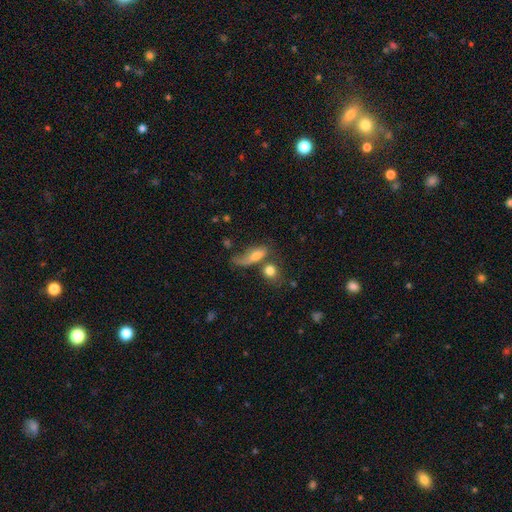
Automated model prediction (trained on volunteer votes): Q: Smooth or featured?
A: smooth (62%); runner-up: featured or disk (29%)
Q: How rounded?
A: in between (66%); runner-up: cigar-shaped (24%)
Q: Merging?
A: merger (32%); runner-up: none (26%)